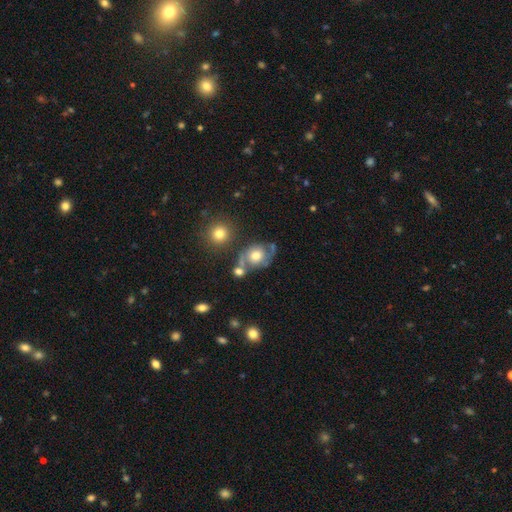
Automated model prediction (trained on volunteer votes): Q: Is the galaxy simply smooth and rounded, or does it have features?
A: smooth — 50%.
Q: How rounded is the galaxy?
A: round — 61%.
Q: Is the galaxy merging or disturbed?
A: none — 48%.